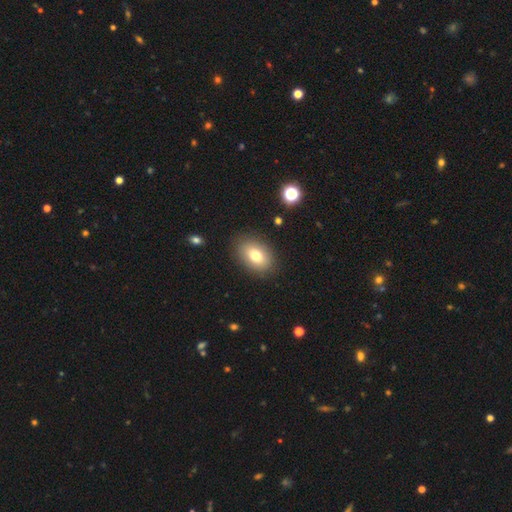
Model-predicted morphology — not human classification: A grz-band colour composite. It shows a smooth galaxy with no disk features (77%) that is in between round and cigar-shaped (82%). Merging: none (86%).